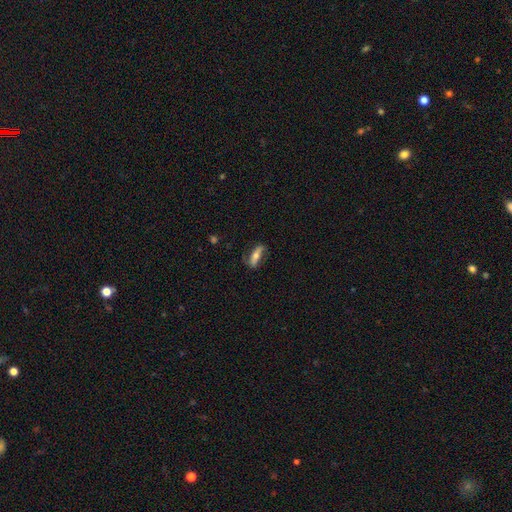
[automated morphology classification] A smooth galaxy with no disk features (48%). Merging: none (69%).